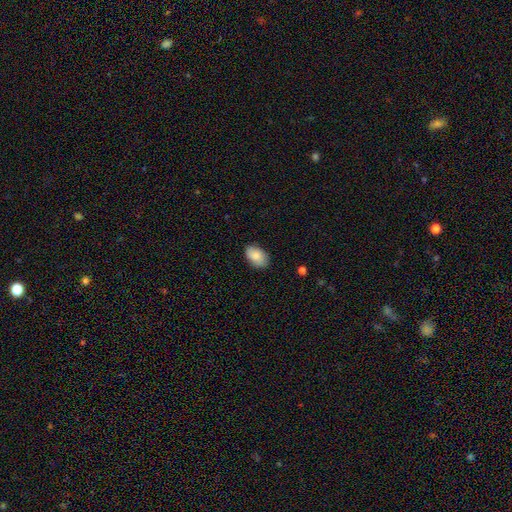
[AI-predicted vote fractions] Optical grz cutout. It shows a smooth galaxy with no disk features (85%) that is in between round and cigar-shaped (90%). Merging: none (84%).